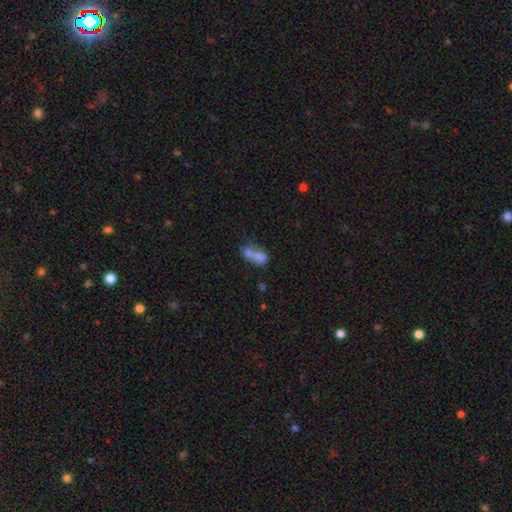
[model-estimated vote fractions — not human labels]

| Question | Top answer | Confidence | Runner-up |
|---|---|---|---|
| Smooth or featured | smooth | 65% | featured or disk (24%) |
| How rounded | in between | 76% | round (19%) |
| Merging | merger | 65% | none (17%) |